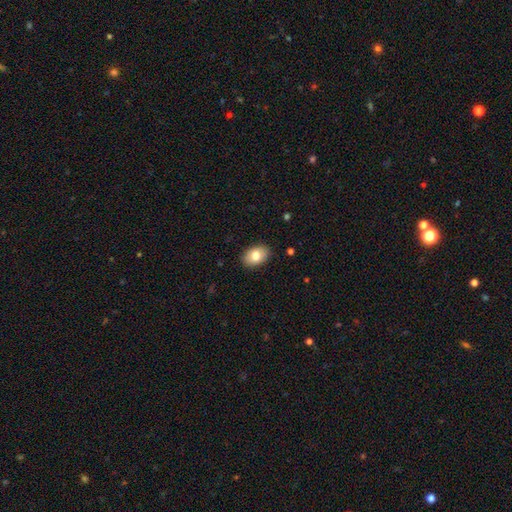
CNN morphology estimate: The model was most divided on "smooth or featured": smooth: 80%, featured or disk: 13%, star or artifact: 7%. More confident: merging — none (89%); how rounded — in between (87%).